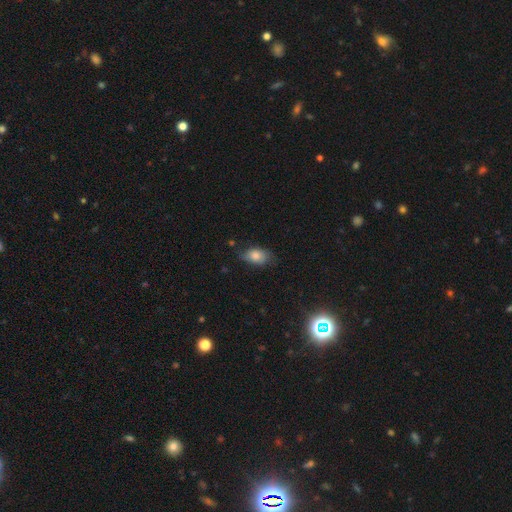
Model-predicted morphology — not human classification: smooth-or-featured: smooth: 78% | featured or disk: 14% | star or artifact: 9%
  how-rounded: in between: 85% | round: 12% | cigar-shaped: 3%
  merging: none: 61% | minor disturbance: 30% | major disturbance: 8% | merger: 2%